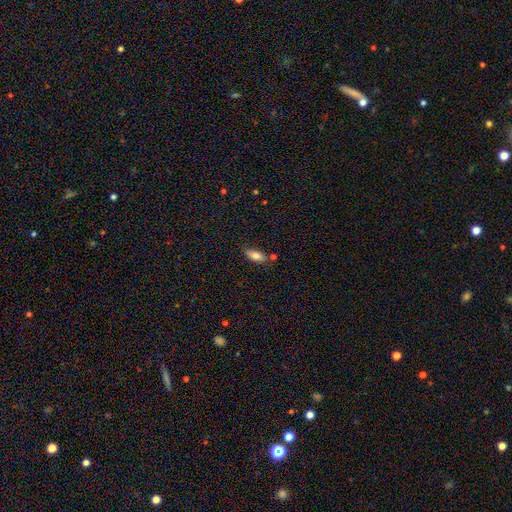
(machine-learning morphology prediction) smooth_or_featured: smooth (p=0.80) [alt: featured or disk p=0.12]
how_rounded: in between (p=0.78) [alt: cigar-shaped p=0.20]
merging: none (p=0.71) [alt: minor disturbance p=0.15]